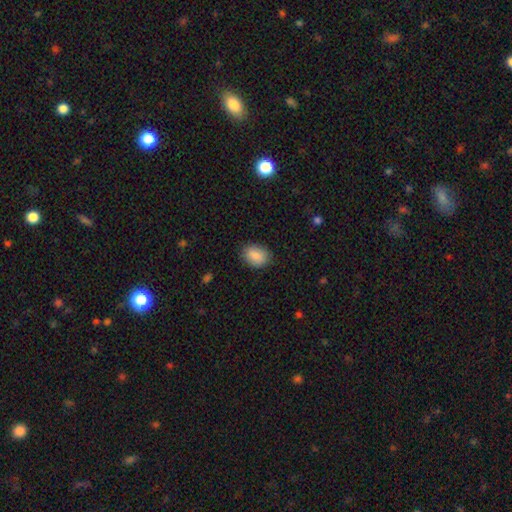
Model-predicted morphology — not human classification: Overall: smooth (89%). How rounded: in between (75%). Merging: none (85%).